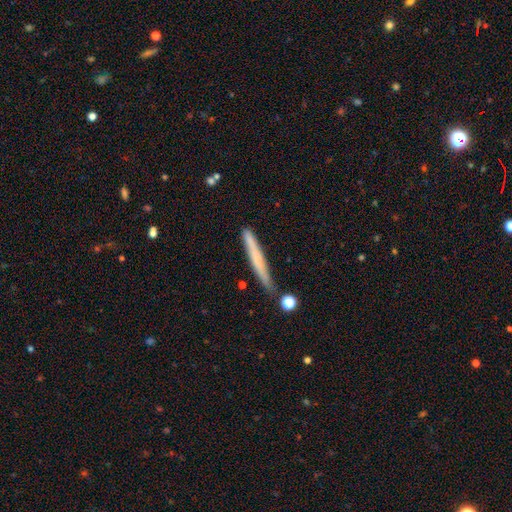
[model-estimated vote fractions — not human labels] Smooth or featured: smooth — 58% (featured or disk — 35%)
How rounded: cigar-shaped — 96% (in between — 2%)
Merging: none — 76% (minor disturbance — 16%)